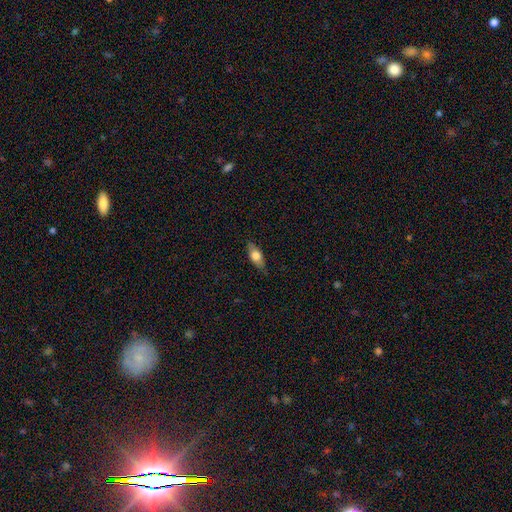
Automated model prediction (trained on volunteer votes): Smooth or featured?
  - smooth: 65% *
  - featured or disk: 29%
  - star or artifact: 6%
How rounded?
  - in between: 74% *
  - cigar-shaped: 22%
  - round: 4%
Merging?
  - none: 82% *
  - minor disturbance: 14%
  - major disturbance: 3%
  - merger: 1%